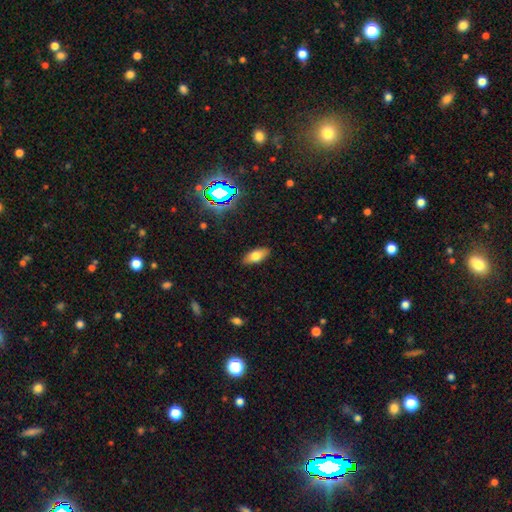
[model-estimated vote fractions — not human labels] A smooth galaxy with no disk features (70%) that is in between round and cigar-shaped (84%). Merging: none (88%).